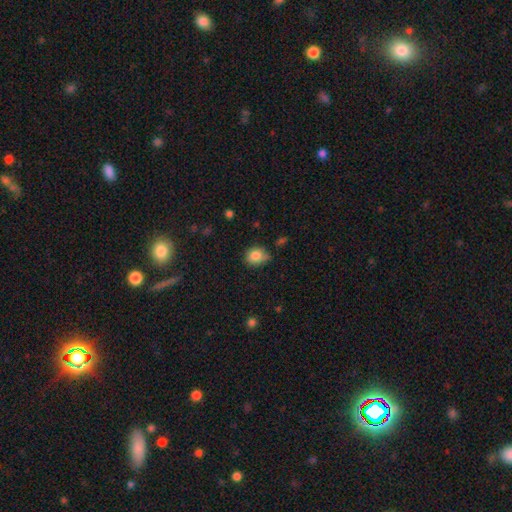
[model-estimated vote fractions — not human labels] Overall: smooth (83%). How rounded: round (65%; in between 34%). Merging: none (66%; minor disturbance 26%).